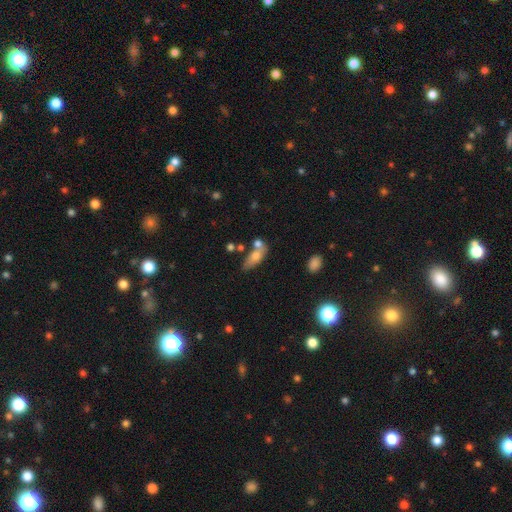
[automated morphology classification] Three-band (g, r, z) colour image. It shows a smooth galaxy with no disk features (70%) that is in between round and cigar-shaped (77%). Merging: none (40%).